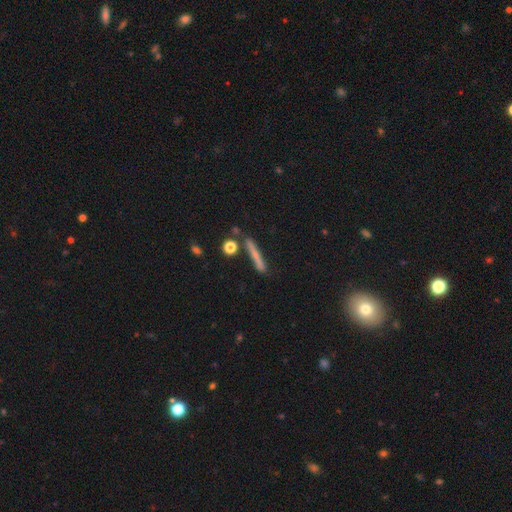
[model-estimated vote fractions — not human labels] A smooth galaxy with no disk features (58%) that is cigar-shaped (90%).

Vote fractions:
- Smooth or featured? smooth: 58% / featured or disk: 33% / star or artifact: 10%
- How rounded? cigar-shaped: 90% / in between: 5% / round: 5%
- Merging? none: 76% / minor disturbance: 14% / merger: 6% / major disturbance: 4%